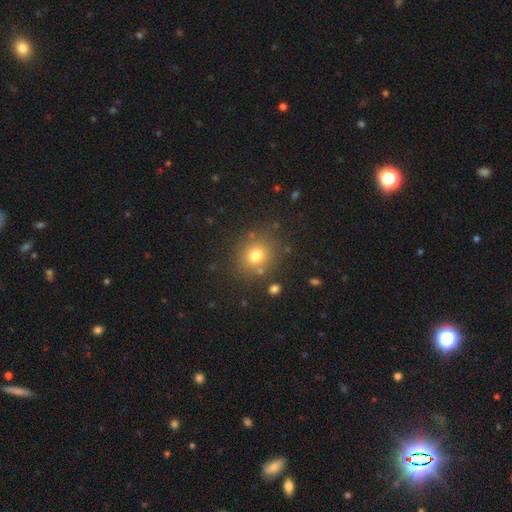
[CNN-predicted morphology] smooth-or-featured: smooth: 75% | star or artifact: 15% | featured or disk: 9%
  how-rounded: round: 77% | in between: 22% | cigar-shaped: 1%
  merging: none: 81% | minor disturbance: 10% | merger: 5% | major disturbance: 4%